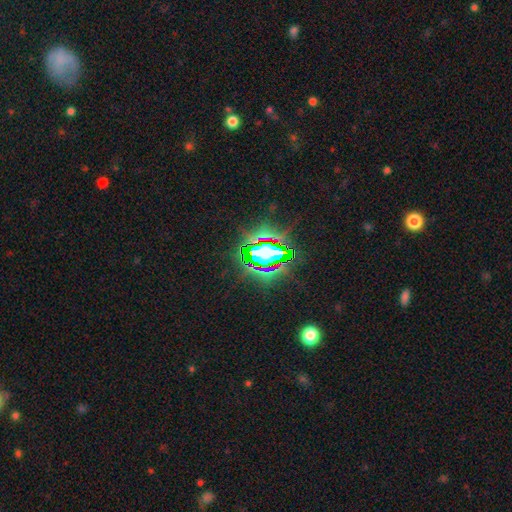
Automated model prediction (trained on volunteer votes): The model was most divided on "smooth or featured": star or artifact: 72%, smooth: 15%, featured or disk: 13%.